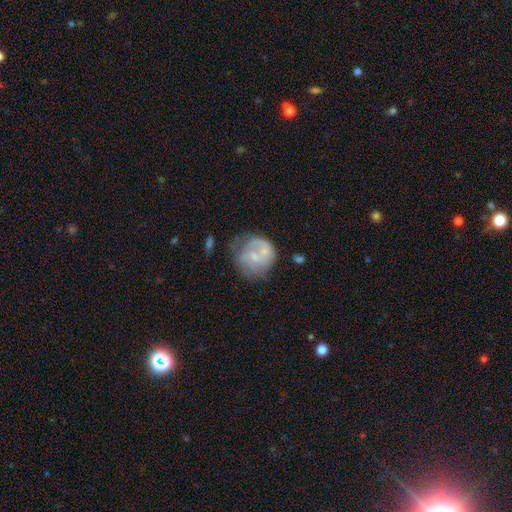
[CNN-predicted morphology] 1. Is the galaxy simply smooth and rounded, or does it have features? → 55% featured or disk, 38% smooth, 8% star or artifact.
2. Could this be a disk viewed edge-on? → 98% no, 2% yes.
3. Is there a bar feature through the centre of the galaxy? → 67% no, 28% weak, 5% strong.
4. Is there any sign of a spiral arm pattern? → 56% yes, 44% no.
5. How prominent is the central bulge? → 56% small, 25% moderate, 17% none, 2% large, 1% dominant.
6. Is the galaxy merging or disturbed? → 45% none, 24% minor disturbance, 19% major disturbance, 12% merger.